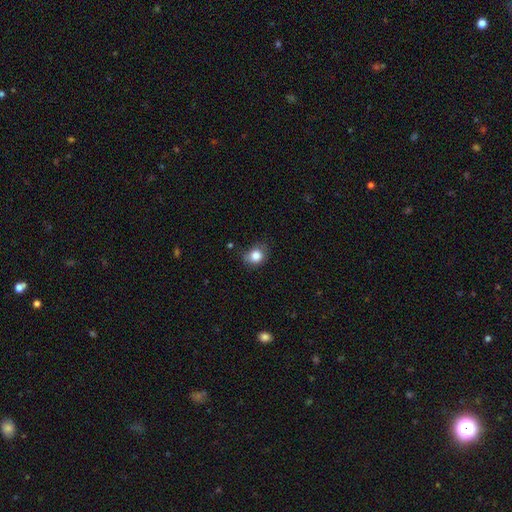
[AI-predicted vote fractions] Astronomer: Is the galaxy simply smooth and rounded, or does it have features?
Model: smooth — 83%.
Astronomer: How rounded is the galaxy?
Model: round — 58% (runner-up: in between, 41%).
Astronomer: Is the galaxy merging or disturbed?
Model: none — 65%.